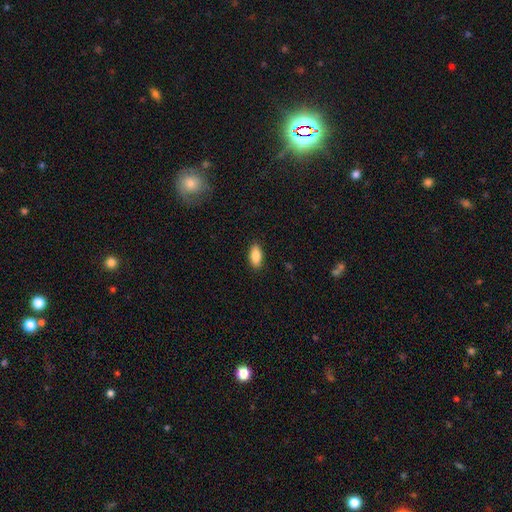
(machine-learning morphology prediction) Smooth or featured? smooth (87%)
How rounded? in between (89%)
Merging? none (89%)